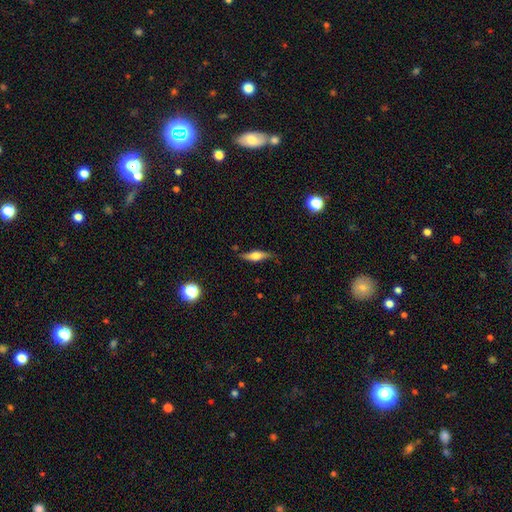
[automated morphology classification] A featured or disk galaxy (55%) viewed edge-on (90%). Merging: none (76%).